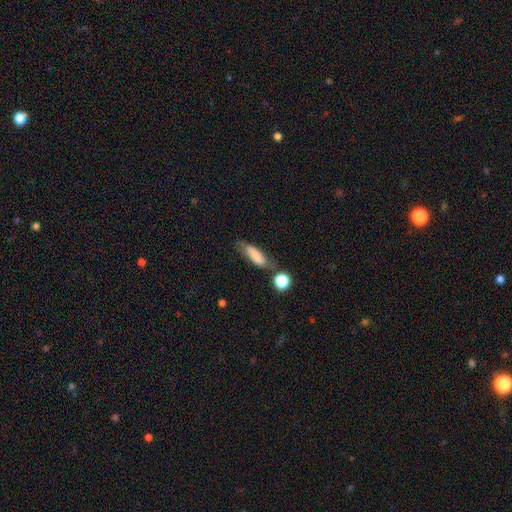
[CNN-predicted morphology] A smooth galaxy with no disk features (76%) that is in between round and cigar-shaped (54%).

Vote fractions:
- Smooth or featured? smooth: 76% / featured or disk: 16% / star or artifact: 9%
- How rounded? in between: 54% / cigar-shaped: 43% / round: 3%
- Merging? none: 52% / minor disturbance: 25% / merger: 13% / major disturbance: 10%